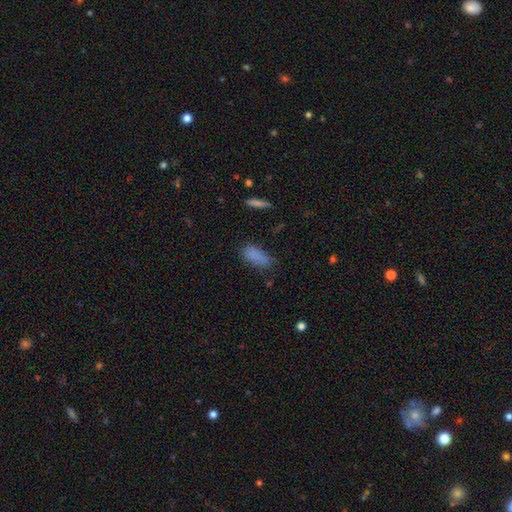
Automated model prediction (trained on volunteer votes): smooth_or_featured: smooth (p=0.82) [alt: star or artifact p=0.11]
how_rounded: in between (p=0.82) [alt: cigar-shaped p=0.14]
merging: none (p=0.60) [alt: minor disturbance p=0.27]